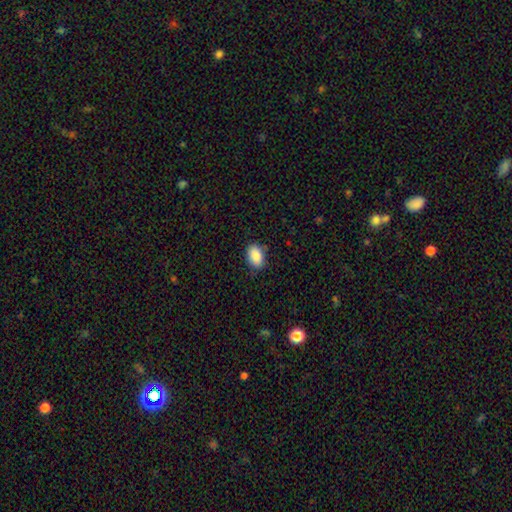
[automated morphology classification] smooth_or_featured: smooth (p=0.89) [alt: star or artifact p=0.07]
how_rounded: in between (p=0.89) [alt: round p=0.10]
merging: none (p=0.81) [alt: minor disturbance p=0.15]